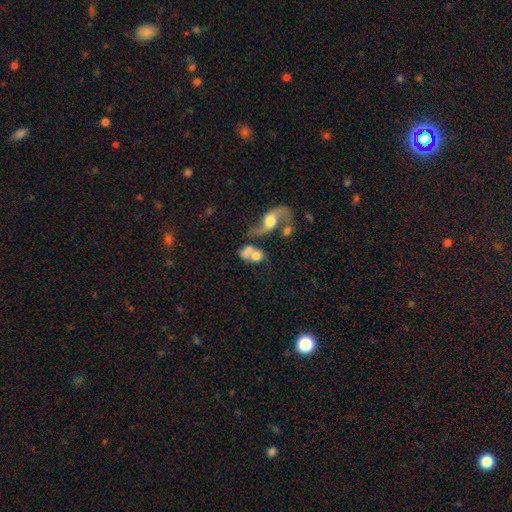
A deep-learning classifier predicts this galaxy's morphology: A smooth galaxy with no disk features (54%) that is in between round and cigar-shaped (59%).

Vote fractions:
- Smooth or featured? smooth: 54% / featured or disk: 36% / star or artifact: 10%
- How rounded? in between: 59% / round: 37% / cigar-shaped: 3%
- Merging? merger: 58% / none: 21% / major disturbance: 11% / minor disturbance: 10%